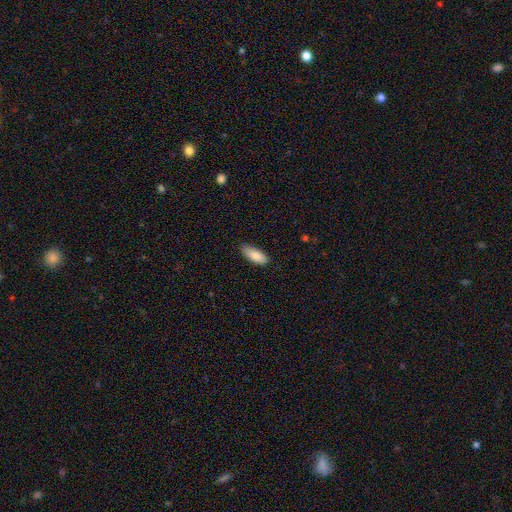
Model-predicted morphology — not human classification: smooth-or-featured: smooth: 87% | featured or disk: 7% | star or artifact: 6%
  how-rounded: in between: 82% | cigar-shaped: 17% | round: 2%
  merging: none: 80% | minor disturbance: 16% | major disturbance: 2% | merger: 1%